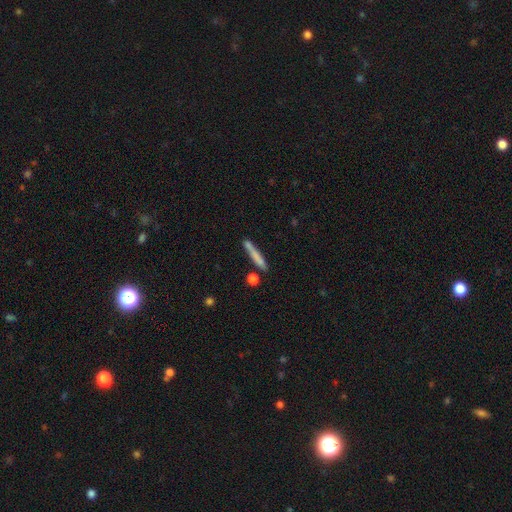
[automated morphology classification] Smooth or featured? smooth (68%)
How rounded? cigar-shaped (94%)
Merging? none (75%)